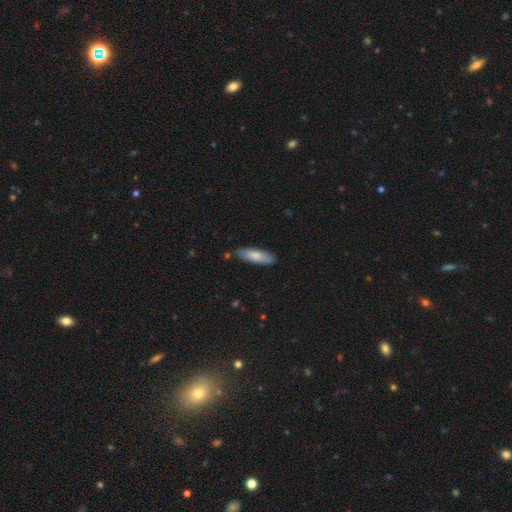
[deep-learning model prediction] Smooth or featured? Predicted: smooth (p=0.79). How rounded? Predicted: cigar-shaped (p=0.50). Merging? Predicted: none (p=0.84).